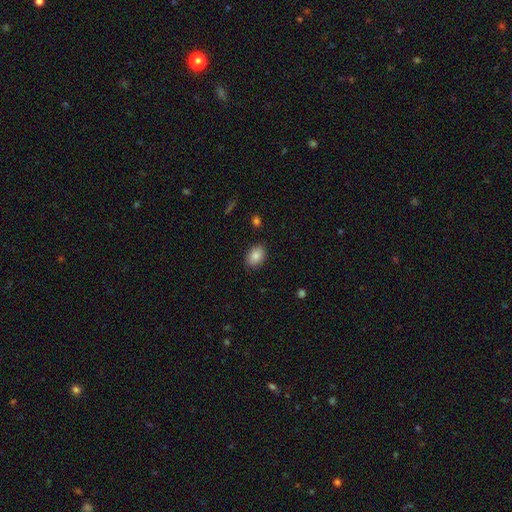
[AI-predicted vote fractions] smooth_or_featured: smooth (p=0.87) [alt: star or artifact p=0.08]
how_rounded: in between (p=0.82) [alt: round p=0.17]
merging: none (p=0.88) [alt: minor disturbance p=0.09]